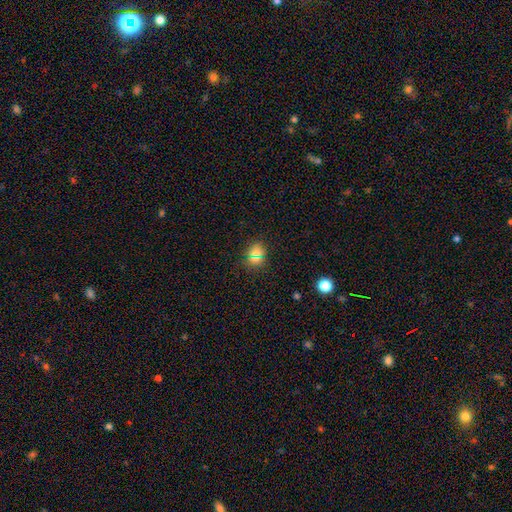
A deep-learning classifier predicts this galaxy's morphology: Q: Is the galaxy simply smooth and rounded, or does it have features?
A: smooth — 66%.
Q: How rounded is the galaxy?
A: round — 74%.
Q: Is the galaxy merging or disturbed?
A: none — 87%.